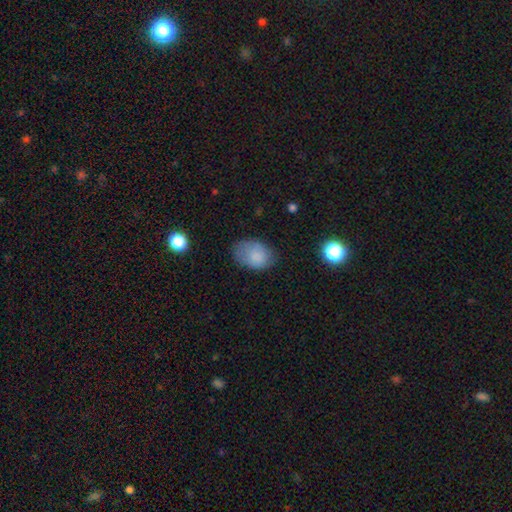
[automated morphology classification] A smooth galaxy with no disk features (83%) that is in between round and cigar-shaped (77%).

Vote fractions:
- Smooth or featured? smooth: 83% / star or artifact: 8% / featured or disk: 8%
- How rounded? in between: 77% / round: 22% / cigar-shaped: 1%
- Merging? none: 64% / minor disturbance: 26% / major disturbance: 8% / merger: 2%